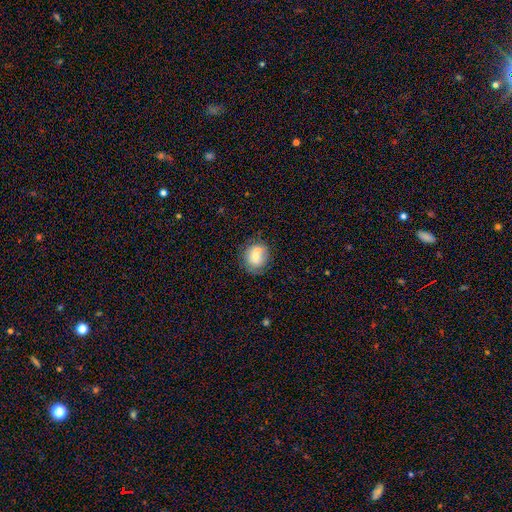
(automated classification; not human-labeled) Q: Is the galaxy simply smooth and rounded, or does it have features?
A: smooth — 66%.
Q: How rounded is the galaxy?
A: round — 77%.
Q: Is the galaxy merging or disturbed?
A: none — 62%.